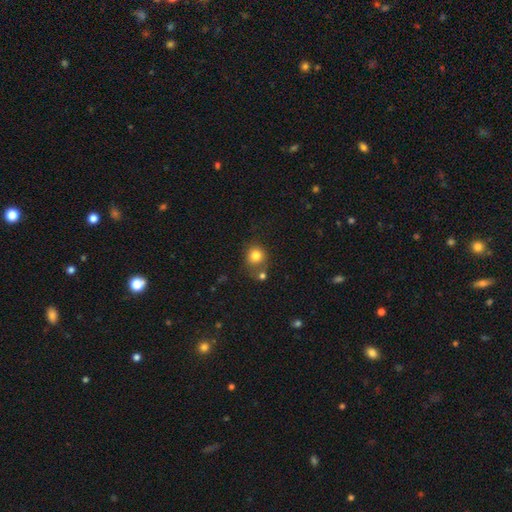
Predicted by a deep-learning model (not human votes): Smooth or featured? Predicted: smooth (p=0.82). How rounded? Predicted: round (p=0.85). Merging? Predicted: none (p=0.65).